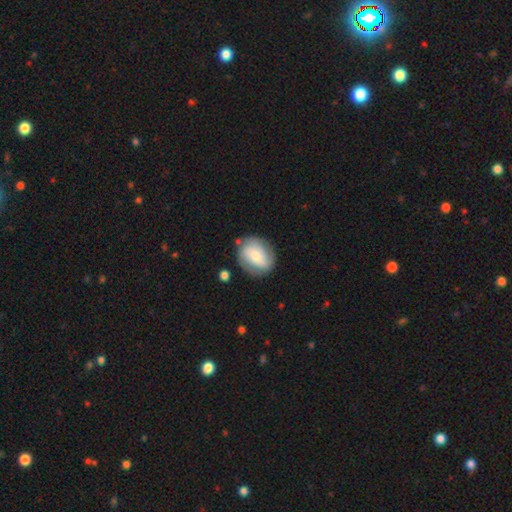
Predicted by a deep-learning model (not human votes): Q: Smooth or featured?
A: featured or disk (48%); runner-up: smooth (45%)
Q: Merging?
A: none (75%); runner-up: minor disturbance (16%)